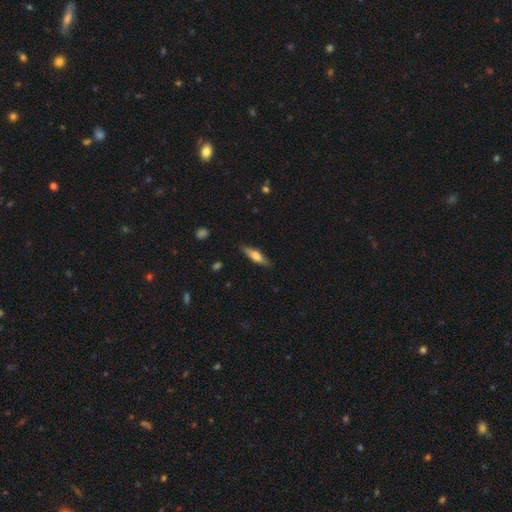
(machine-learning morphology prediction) The model was most divided on "smooth or featured": smooth: 54%, featured or disk: 39%, star or artifact: 6%. More confident: merging — none (85%); how rounded — cigar-shaped (64%).